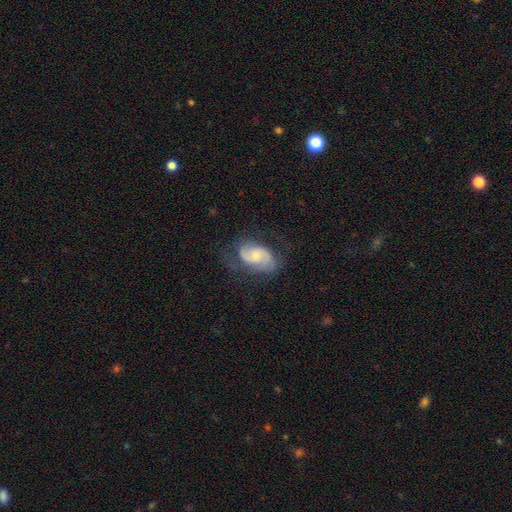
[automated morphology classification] type=featured or disk (69%); edge-on=no (97%); bar=no (57%); spiral arms=yes (92%); winding=medium (47%); arm count=2 (80%); bulge=small (46%); merging=none (62%).